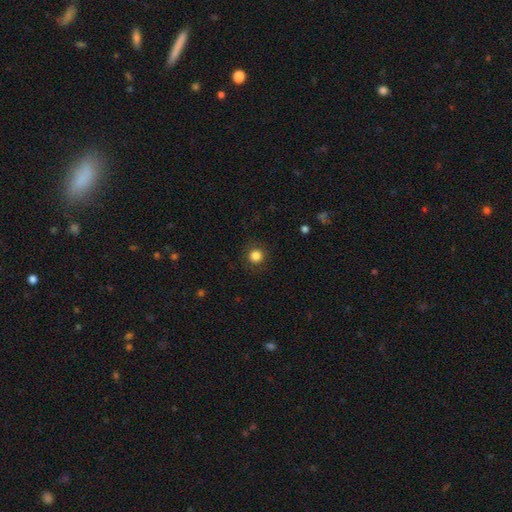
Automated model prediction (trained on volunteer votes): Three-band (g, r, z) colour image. It shows a smooth galaxy with no disk features (84%) that is round (94%). Merging: none (89%).